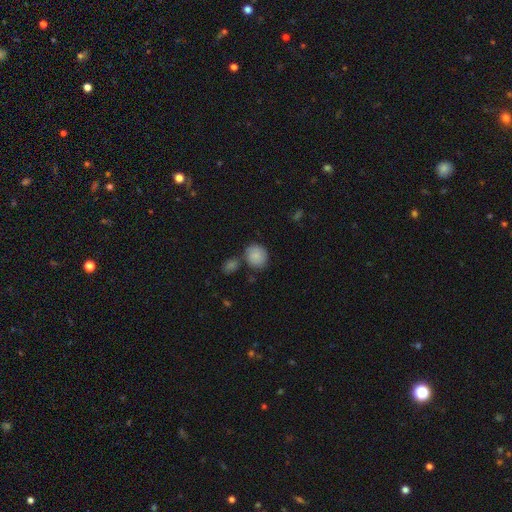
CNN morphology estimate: Smooth or featured: smooth — 85% (star or artifact — 8%)
How rounded: round — 79% (in between — 20%)
Merging: none — 68% (merger — 15%)